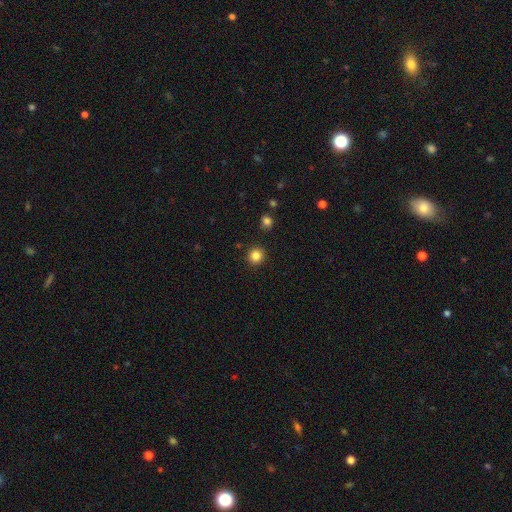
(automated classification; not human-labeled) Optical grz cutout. It shows a smooth galaxy with no disk features (84%) that is round (91%). Merging: none (90%).